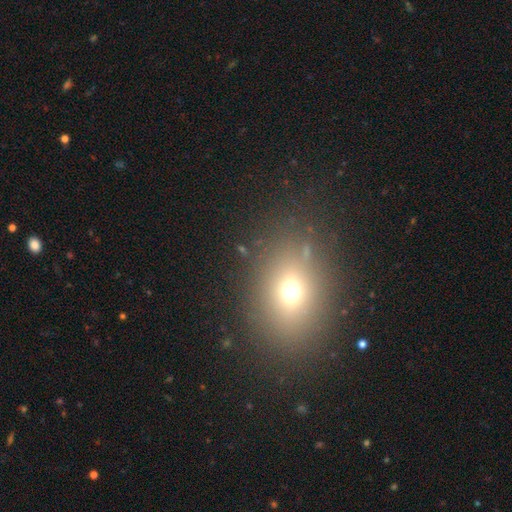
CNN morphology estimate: Q: Smooth or featured?
A: smooth (63%); runner-up: star or artifact (23%)
Q: How rounded?
A: in between (61%); runner-up: round (37%)
Q: Merging?
A: none (86%); runner-up: minor disturbance (8%)